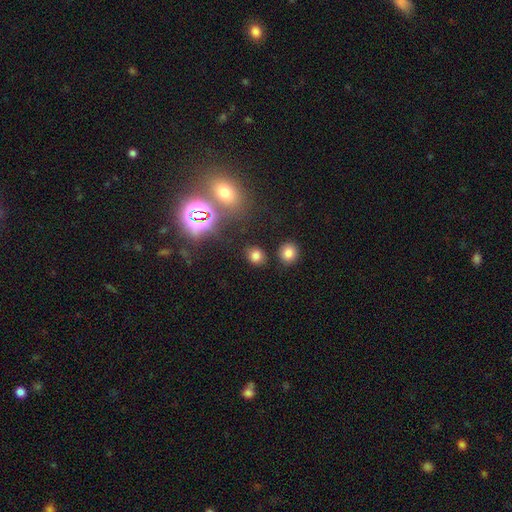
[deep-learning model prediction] Smooth or featured?
  - smooth: 74% *
  - star or artifact: 20%
  - featured or disk: 6%
How rounded?
  - round: 71% *
  - in between: 28%
  - cigar-shaped: 1%
Merging?
  - none: 82% *
  - minor disturbance: 9%
  - merger: 5%
  - major disturbance: 4%